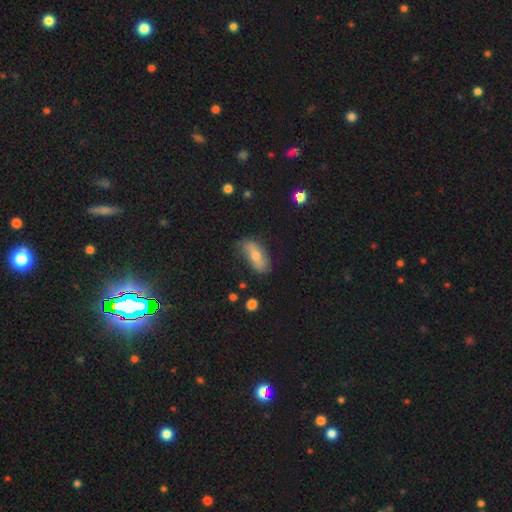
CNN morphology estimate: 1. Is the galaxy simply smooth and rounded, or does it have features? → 50% smooth, 41% featured or disk, 9% star or artifact.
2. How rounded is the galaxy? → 78% in between, 17% cigar-shaped, 5% round.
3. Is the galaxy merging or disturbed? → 69% none, 23% minor disturbance, 6% major disturbance, 2% merger.